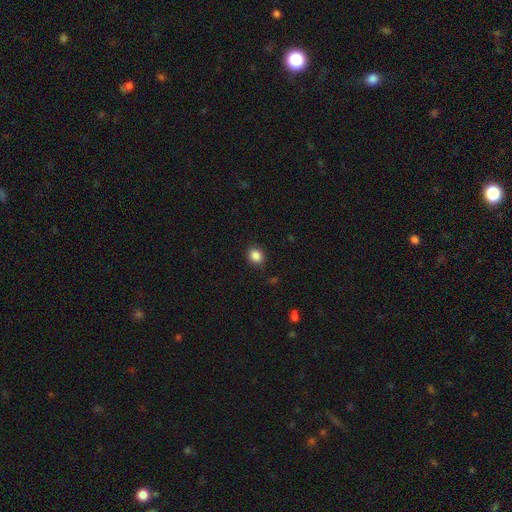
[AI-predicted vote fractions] A smooth galaxy with no disk features (86%) that is round (75%). Merging: none (88%).